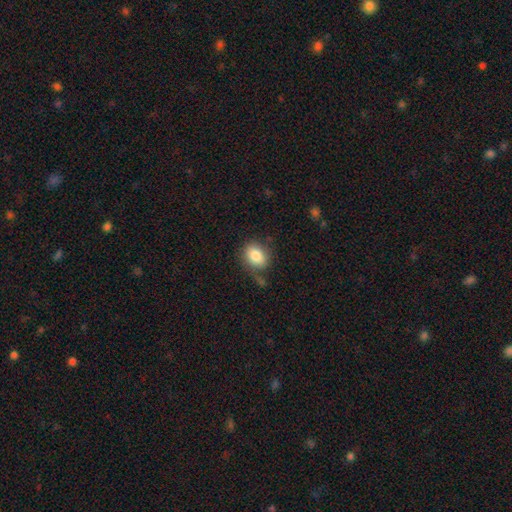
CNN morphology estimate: smooth-or-featured: smooth: 84% | star or artifact: 8% | featured or disk: 8%
  how-rounded: in between: 57% | round: 42% | cigar-shaped: 1%
  merging: none: 68% | minor disturbance: 19% | major disturbance: 7% | merger: 6%